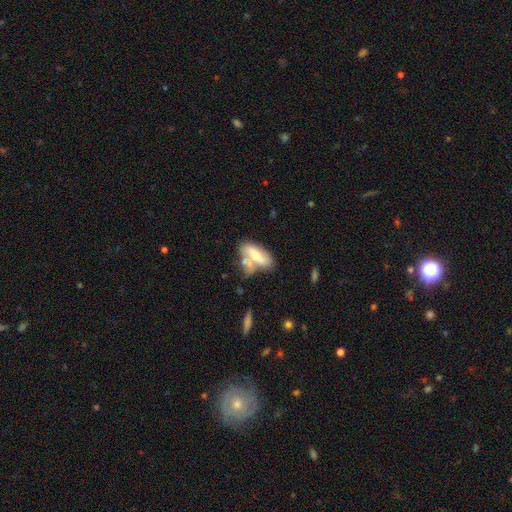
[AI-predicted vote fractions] smooth_or_featured: smooth (p=0.57) [alt: featured or disk p=0.36]
how_rounded: in between (p=0.74) [alt: cigar-shaped p=0.23]
merging: none (p=0.41) [alt: merger p=0.32]